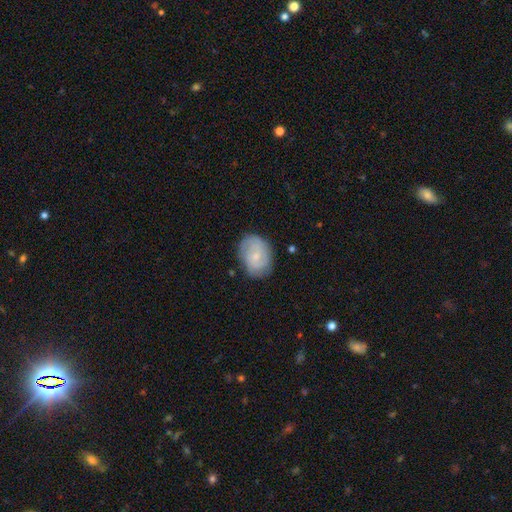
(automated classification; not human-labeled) This appears to be a featured or disk galaxy (59%) with no bar (64%), spiral arms (84%) and a small central bulge (68%). Merging: none (74%).